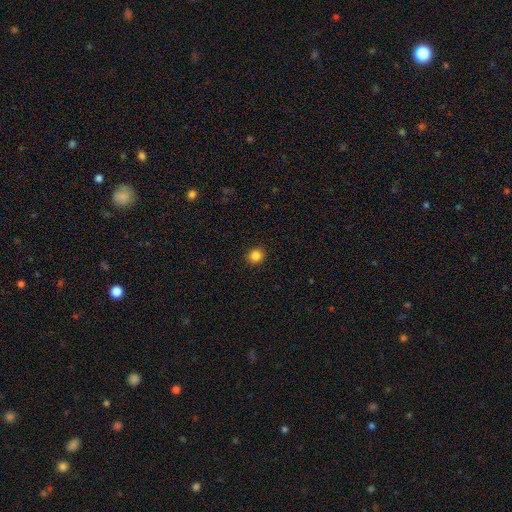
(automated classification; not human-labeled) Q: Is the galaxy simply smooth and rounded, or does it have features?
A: smooth — 85%.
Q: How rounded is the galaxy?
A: round — 89%.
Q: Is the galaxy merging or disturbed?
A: none — 91%.